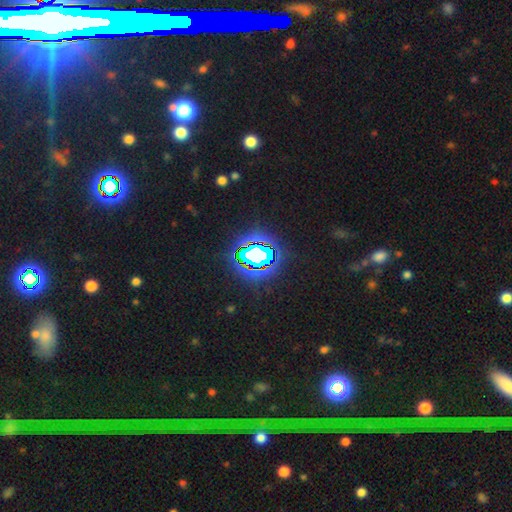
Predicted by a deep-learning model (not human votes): Overall: star or artifact (72%).